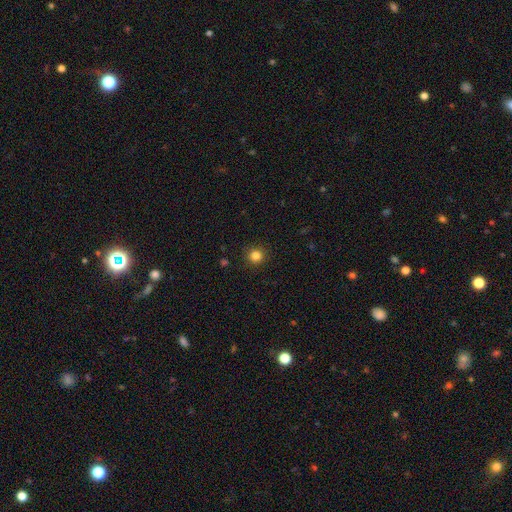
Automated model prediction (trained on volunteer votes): smooth 83%, star or artifact 13%, featured or disk 4%. Down the decision tree: how rounded — round (94%); merging — none (92%).